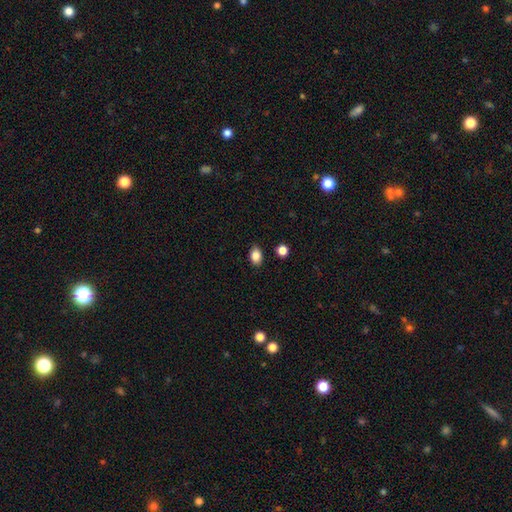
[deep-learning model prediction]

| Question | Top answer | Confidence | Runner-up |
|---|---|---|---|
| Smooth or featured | smooth | 86% | star or artifact (9%) |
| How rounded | in between | 79% | round (20%) |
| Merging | none | 86% | minor disturbance (10%) |